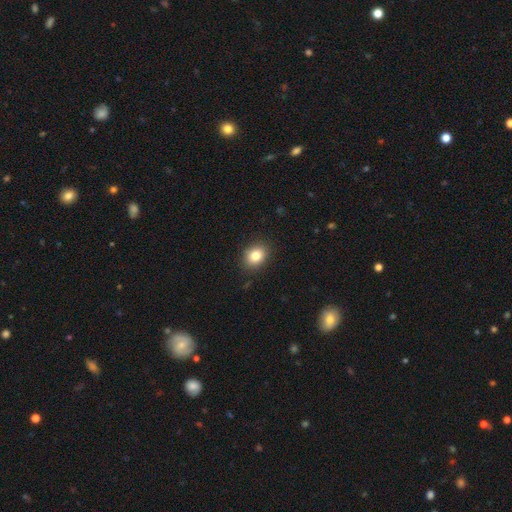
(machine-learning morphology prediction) This is clearly a smooth galaxy (83%). How rounded: possibly in between (58%). Merging: clearly none (88%).